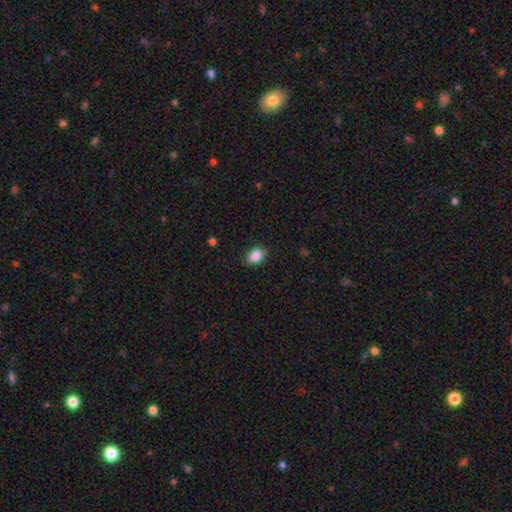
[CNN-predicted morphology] type=smooth (88%); roundness=in between (80%); merging=none (88%).